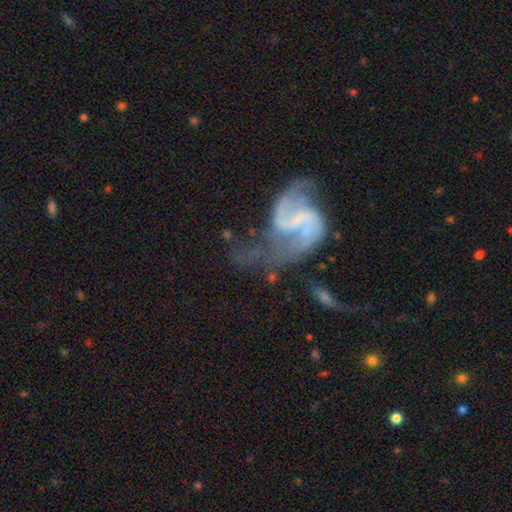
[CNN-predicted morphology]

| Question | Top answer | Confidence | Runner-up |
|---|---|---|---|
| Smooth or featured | featured or disk | 86% | star or artifact (7%) |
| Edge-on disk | no | 98% | yes (2%) |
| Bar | weak | 45% | strong (30%) |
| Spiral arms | yes | 94% | no (6%) |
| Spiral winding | loose | 52% | medium (38%) |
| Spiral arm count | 2 | 88% | can't tell (4%) |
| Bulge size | none | 49% | small (40%) |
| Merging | none | 43% | major disturbance (28%) |